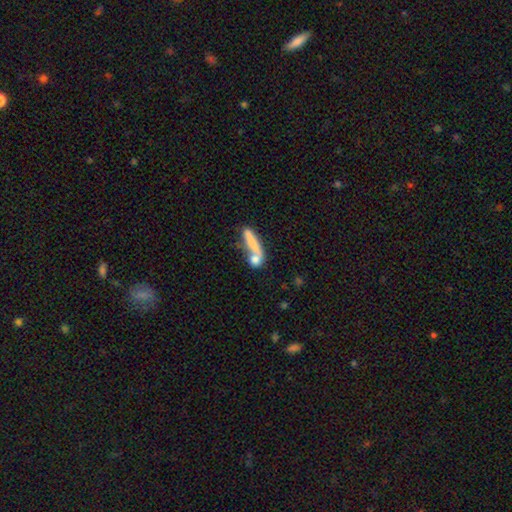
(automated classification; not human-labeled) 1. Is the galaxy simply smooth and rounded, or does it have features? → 69% smooth, 22% featured or disk, 9% star or artifact.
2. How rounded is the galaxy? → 60% cigar-shaped, 26% in between, 14% round.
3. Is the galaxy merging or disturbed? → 42% merger, 36% none, 12% minor disturbance, 11% major disturbance.